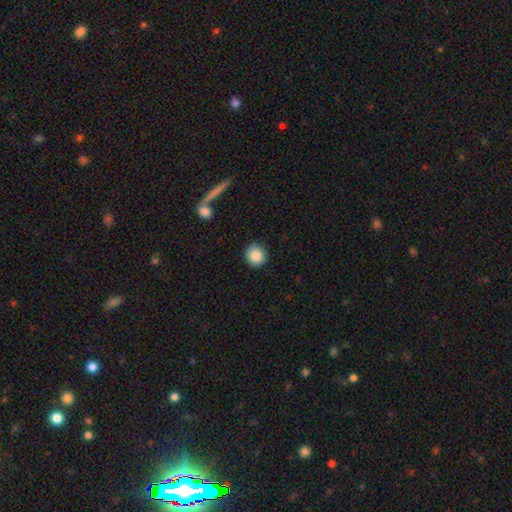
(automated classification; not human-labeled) Smooth or featured?
  - smooth: 87% *
  - star or artifact: 9%
  - featured or disk: 5%
How rounded?
  - round: 91% *
  - in between: 8%
  - cigar-shaped: 1%
Merging?
  - none: 88% *
  - minor disturbance: 8%
  - major disturbance: 2%
  - merger: 1%